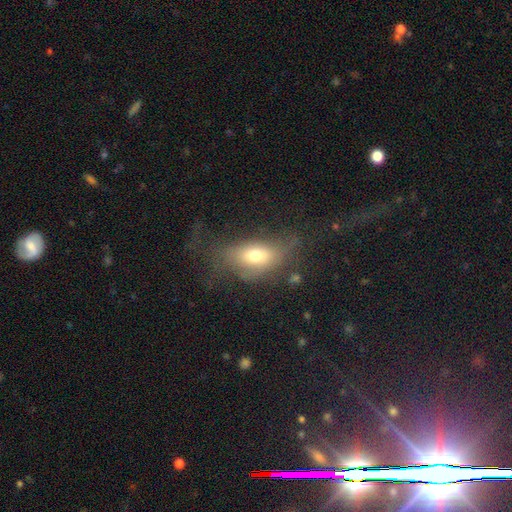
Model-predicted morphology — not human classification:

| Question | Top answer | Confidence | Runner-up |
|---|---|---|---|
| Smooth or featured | smooth | 63% | featured or disk (26%) |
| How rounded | in between | 82% | round (9%) |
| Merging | none | 42% | major disturbance (29%) |